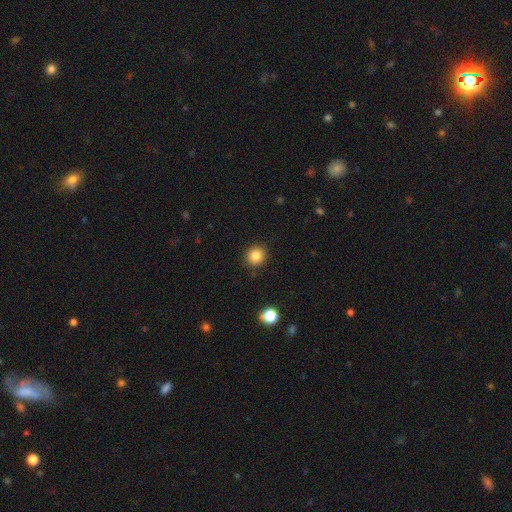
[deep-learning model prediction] Smooth or featured? smooth (84%)
How rounded? round (90%)
Merging? none (90%)